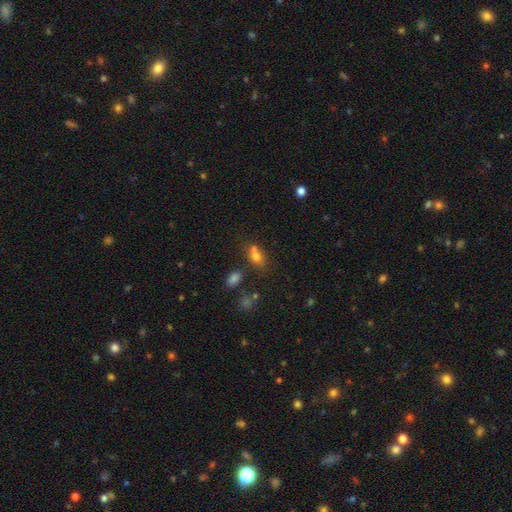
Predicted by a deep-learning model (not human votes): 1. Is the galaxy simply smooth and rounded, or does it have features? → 66% smooth, 21% star or artifact, 13% featured or disk.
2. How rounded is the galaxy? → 54% in between, 44% round, 2% cigar-shaped.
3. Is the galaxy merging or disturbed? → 46% none, 39% merger, 10% minor disturbance, 5% major disturbance.